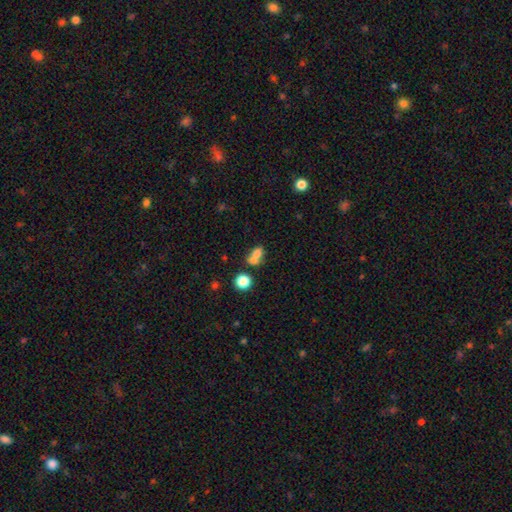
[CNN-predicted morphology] Smooth or featured? Predicted: smooth (p=0.72). How rounded? Predicted: in between (p=0.53). Merging? Predicted: merger (p=0.58).